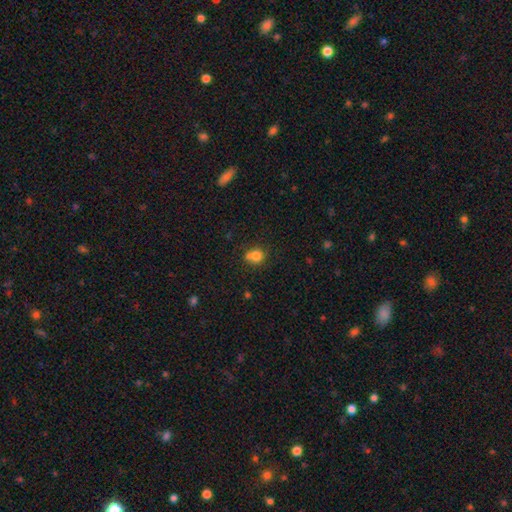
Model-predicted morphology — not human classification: Smooth or featured? Predicted: smooth (p=0.76). How rounded? Predicted: round (p=0.74). Merging? Predicted: none (p=0.42).